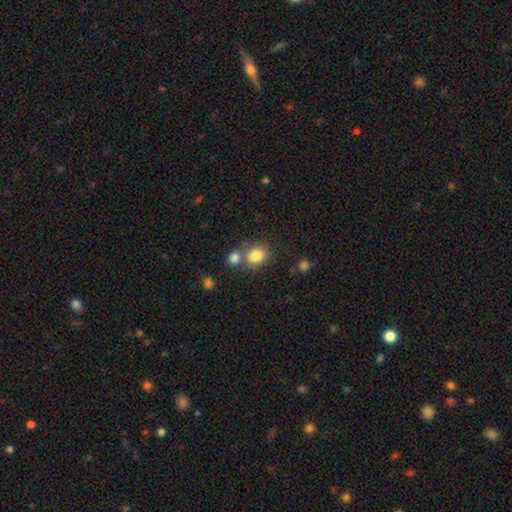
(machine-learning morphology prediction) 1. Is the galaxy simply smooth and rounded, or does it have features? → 83% smooth, 10% star or artifact, 8% featured or disk.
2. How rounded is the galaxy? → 54% round, 45% in between, 1% cigar-shaped.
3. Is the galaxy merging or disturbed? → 57% none, 28% merger, 11% minor disturbance, 4% major disturbance.